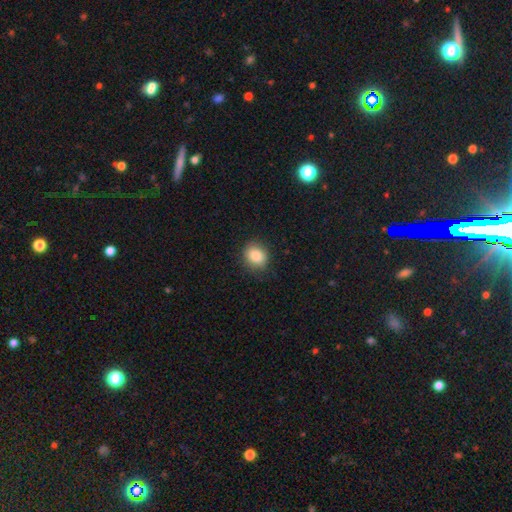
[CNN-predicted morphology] Smooth or featured? Predicted: smooth (p=0.85). How rounded? Predicted: round (p=0.64). Merging? Predicted: none (p=0.84).